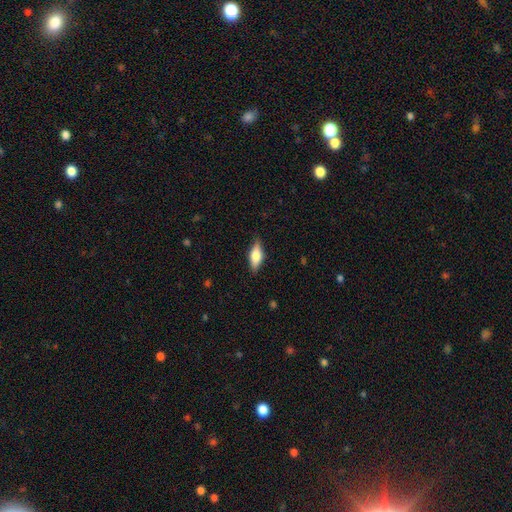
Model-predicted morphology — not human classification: smooth 63%, featured or disk 30%, star or artifact 7%. Down the decision tree: how rounded — in between (70%); merging — none (84%).